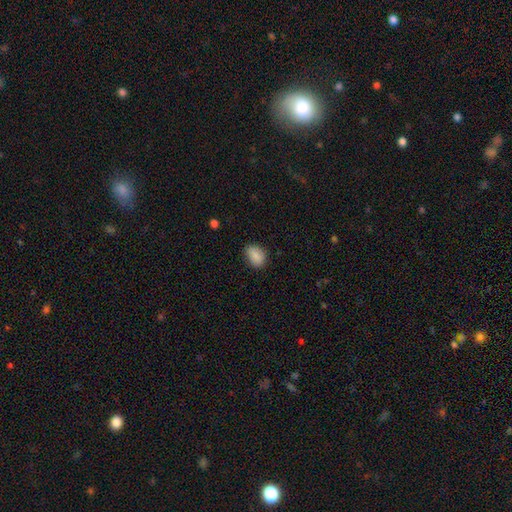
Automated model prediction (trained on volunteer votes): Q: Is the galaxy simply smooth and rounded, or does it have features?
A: smooth — 87%.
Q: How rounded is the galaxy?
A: in between — 73%.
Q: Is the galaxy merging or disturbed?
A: none — 76%.